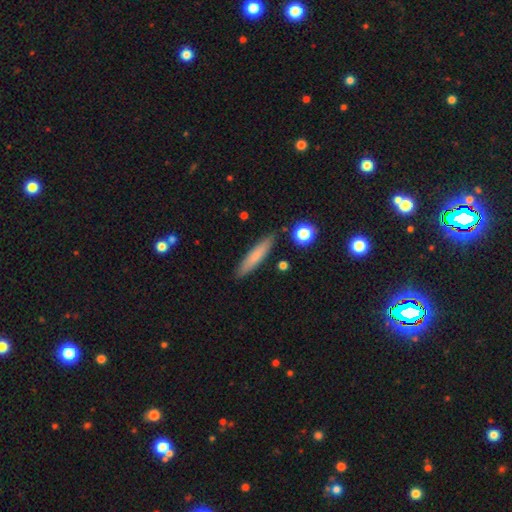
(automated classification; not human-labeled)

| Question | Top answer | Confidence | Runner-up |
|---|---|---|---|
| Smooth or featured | smooth | 74% | featured or disk (19%) |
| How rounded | cigar-shaped | 88% | in between (11%) |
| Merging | none | 86% | minor disturbance (9%) |